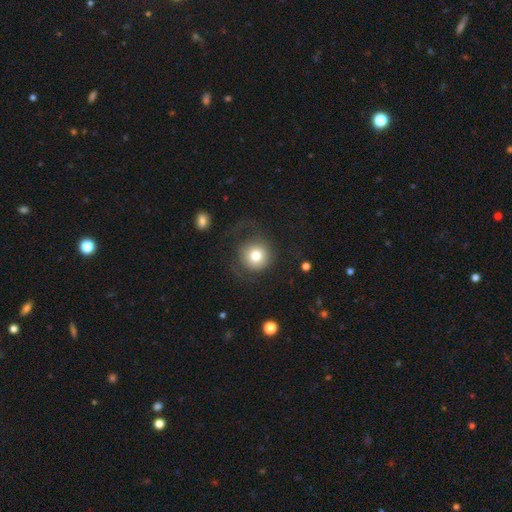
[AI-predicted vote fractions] smooth 75%, featured or disk 15%, star or artifact 10%. Down the decision tree: how rounded — round (93%); merging — none (61%).